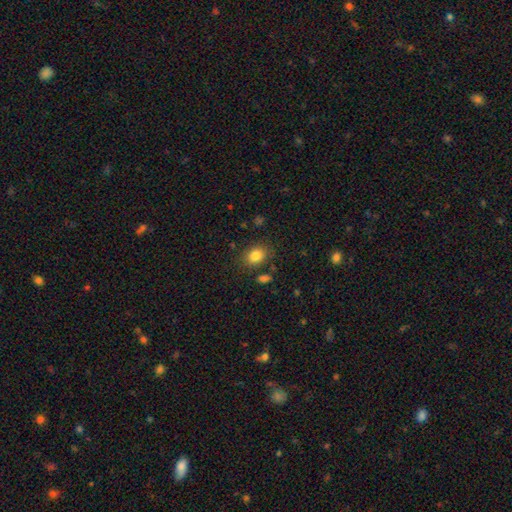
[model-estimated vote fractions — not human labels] smooth_or_featured: smooth (p=0.84) [alt: star or artifact p=0.10]
how_rounded: in between (p=0.59) [alt: round p=0.40]
merging: none (p=0.79) [alt: minor disturbance p=0.13]